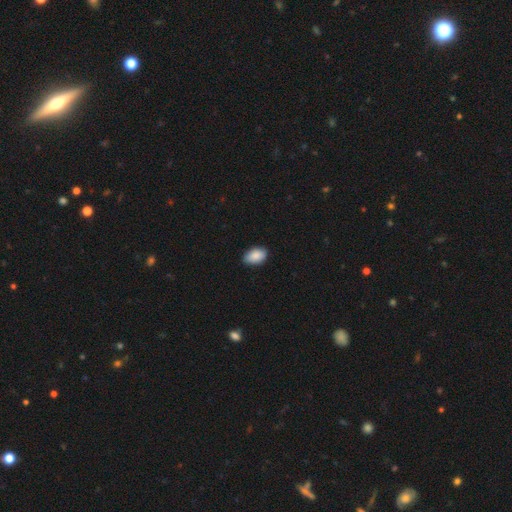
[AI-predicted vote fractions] smooth-or-featured: smooth: 88% | star or artifact: 7% | featured or disk: 5%
  how-rounded: in between: 91% | round: 8% | cigar-shaped: 1%
  merging: none: 83% | minor disturbance: 15% | major disturbance: 2% | merger: 1%